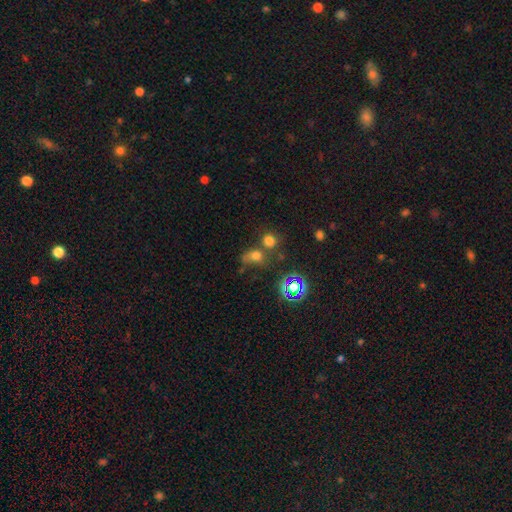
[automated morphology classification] type=smooth (62%); roundness=round (59%); merging=none (41%).